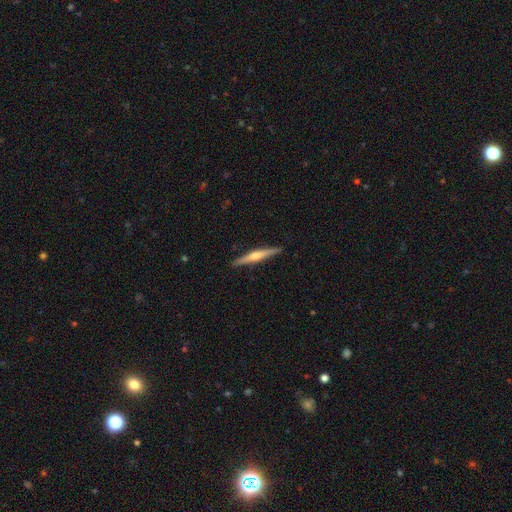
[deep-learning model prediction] featured or disk 70%, smooth 25%, star or artifact 5%. Down the decision tree: edge-on disk — yes (98%); edge-on bulge — rounded (87%); merging — none (91%).